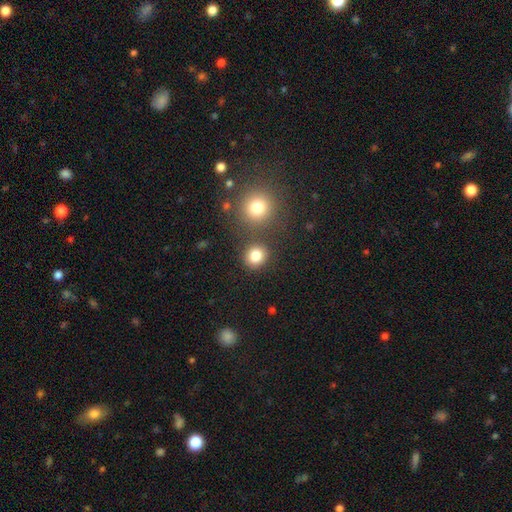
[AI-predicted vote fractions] A smooth galaxy with no disk features (81%) that is round (82%). Merging: none (78%).